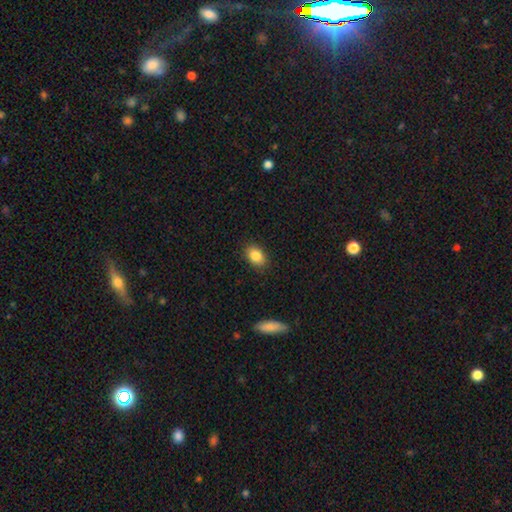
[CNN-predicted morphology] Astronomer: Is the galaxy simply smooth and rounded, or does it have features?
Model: smooth — 86%.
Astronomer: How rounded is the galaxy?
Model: in between — 84%.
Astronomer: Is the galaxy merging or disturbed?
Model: none — 88%.